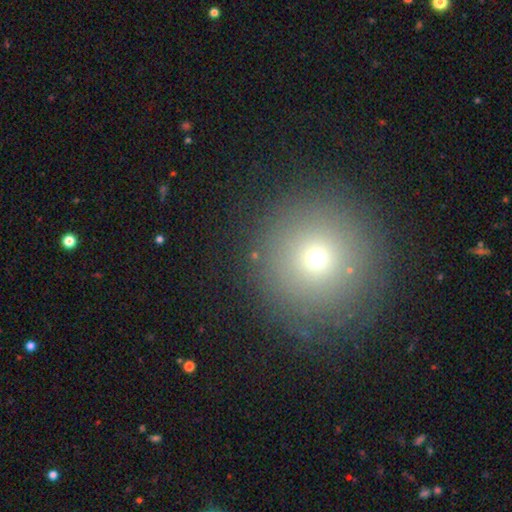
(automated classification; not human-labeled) A smooth galaxy with no disk features (61%) that is round (91%). Merging: none (85%).